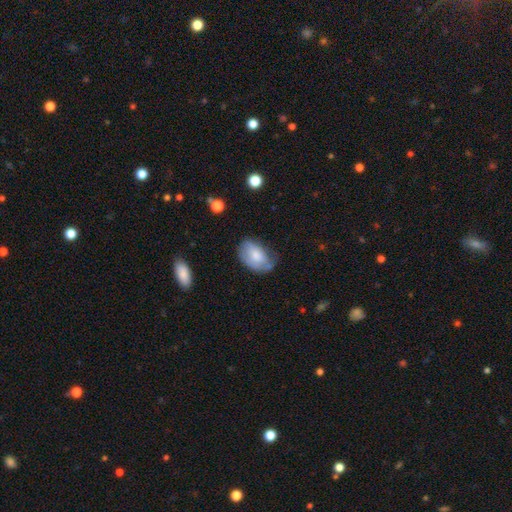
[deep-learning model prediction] Morphology: type=smooth (65%); roundness=in between (88%); merging=none (52%).